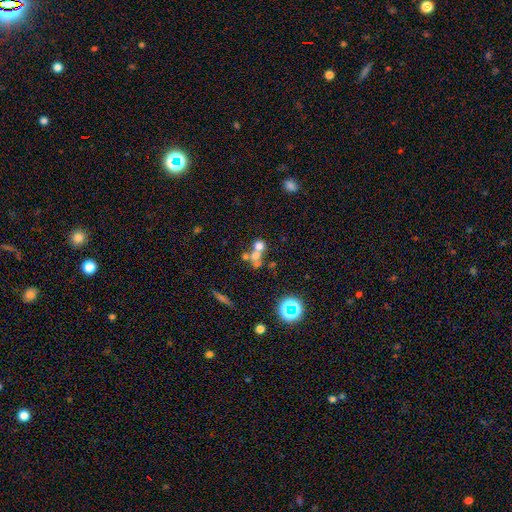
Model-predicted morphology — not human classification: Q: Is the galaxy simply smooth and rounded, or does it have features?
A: smooth — 57%.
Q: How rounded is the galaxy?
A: round — 81%.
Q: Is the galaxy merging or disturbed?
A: merger — 53%.